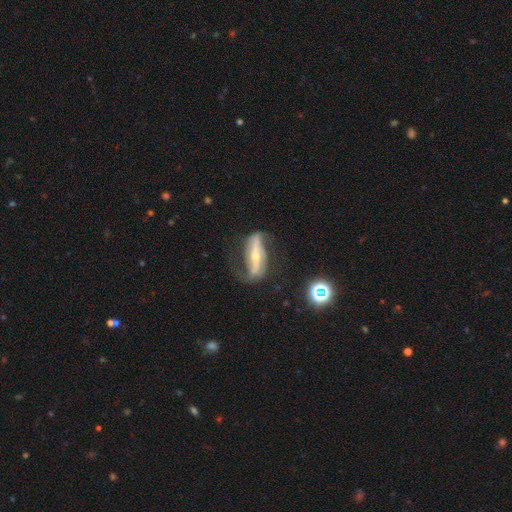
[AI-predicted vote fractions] This appears to be a featured or disk galaxy (84%) with a strong bar (66%), 2 (87%) loose (67%) spiral arms (91%) and a small central bulge (56%). Merging: none (60%).